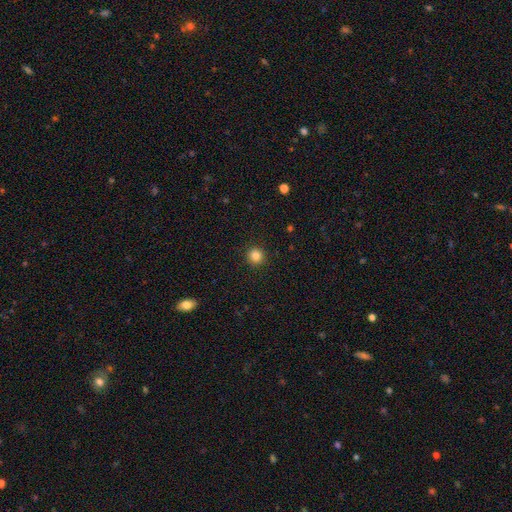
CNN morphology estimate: Overall: smooth (84%). How rounded: round (93%). Merging: none (93%).